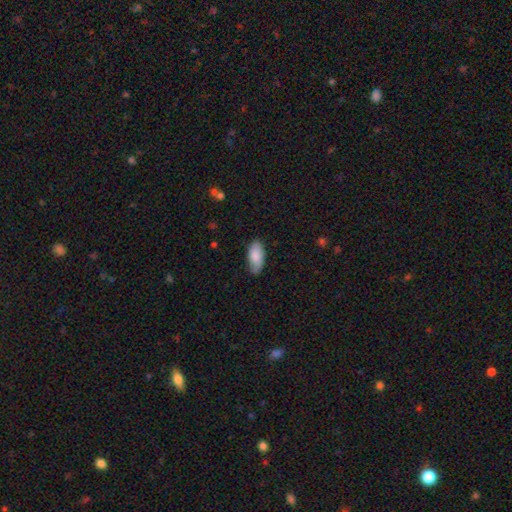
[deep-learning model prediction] smooth 83%, featured or disk 11%, star or artifact 6%. Down the decision tree: how rounded — in between (92%); merging — none (78%).